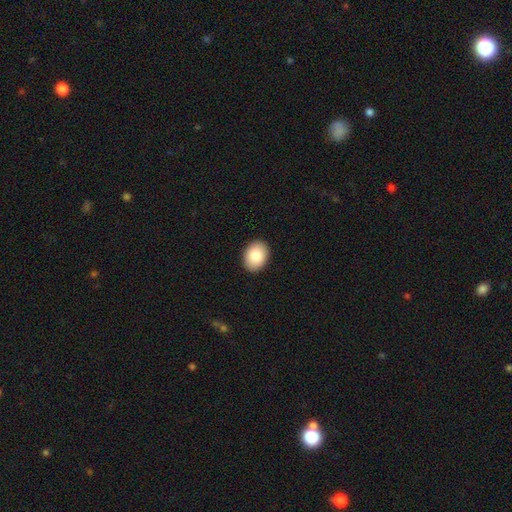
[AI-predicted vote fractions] This is clearly a smooth galaxy (87%). How rounded: likely in between (78%). Merging: clearly none (91%).